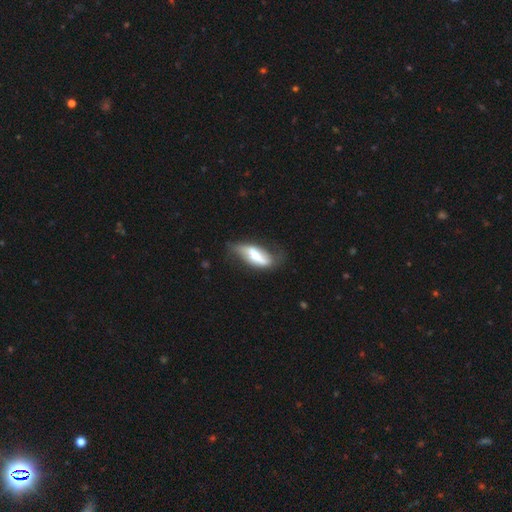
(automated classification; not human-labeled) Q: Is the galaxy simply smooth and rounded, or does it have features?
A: featured or disk — 58%.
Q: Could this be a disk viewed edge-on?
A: no — 77%.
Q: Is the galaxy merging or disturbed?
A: none — 50%.